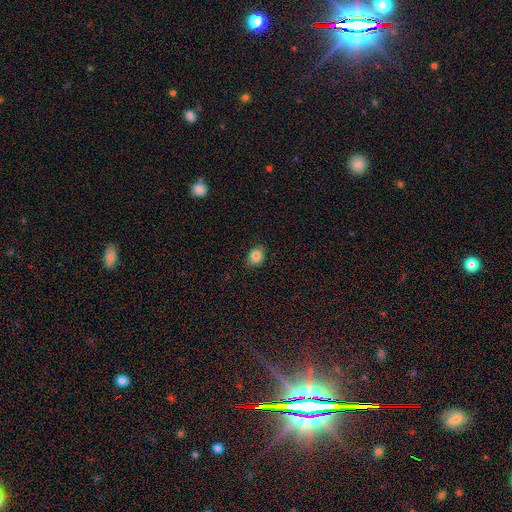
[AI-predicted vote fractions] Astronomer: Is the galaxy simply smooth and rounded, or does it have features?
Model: smooth — 83%.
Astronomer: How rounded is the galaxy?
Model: round — 52% (runner-up: in between, 47%).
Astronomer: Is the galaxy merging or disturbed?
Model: none — 78%.